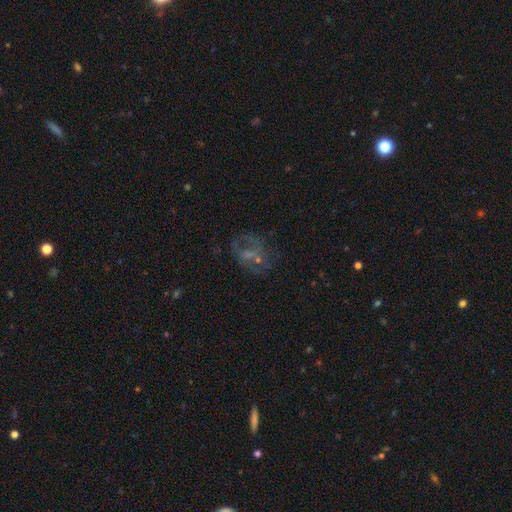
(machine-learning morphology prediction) smooth-or-featured: featured or disk: 55% | smooth: 24% | star or artifact: 21%
  disk-edge-on: no: 97% | yes: 3%
    bar: no: 62% | weak: 30% | strong: 8%
    has-spiral-arms: no: 54% | yes: 46%
    bulge-size: none: 40% | small: 38% | moderate: 18% | large: 2% | dominant: 1%
  merging: none: 52% | major disturbance: 25% | minor disturbance: 17% | merger: 5%